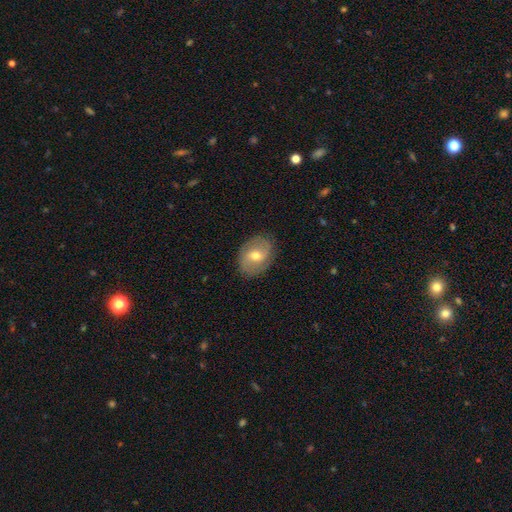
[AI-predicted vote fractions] smooth-or-featured: featured or disk: 50% | smooth: 42% | star or artifact: 8%
  disk-edge-on: no: 95% | yes: 5%
  merging: none: 83% | minor disturbance: 12% | major disturbance: 4% | merger: 1%